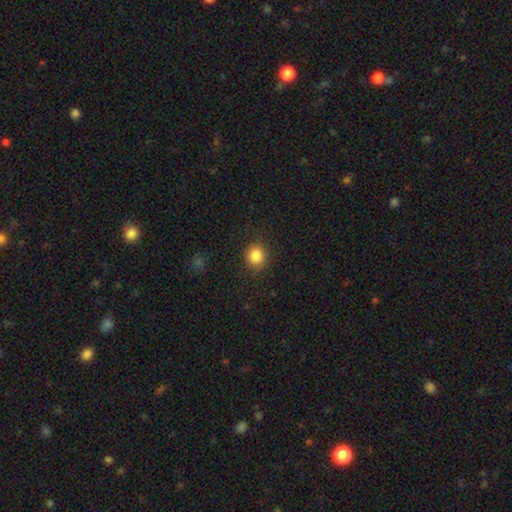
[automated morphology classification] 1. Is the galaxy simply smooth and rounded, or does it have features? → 86% smooth, 10% star or artifact, 4% featured or disk.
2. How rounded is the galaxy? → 83% round, 16% in between, 1% cigar-shaped.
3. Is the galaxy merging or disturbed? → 87% none, 9% minor disturbance, 3% major disturbance, 1% merger.